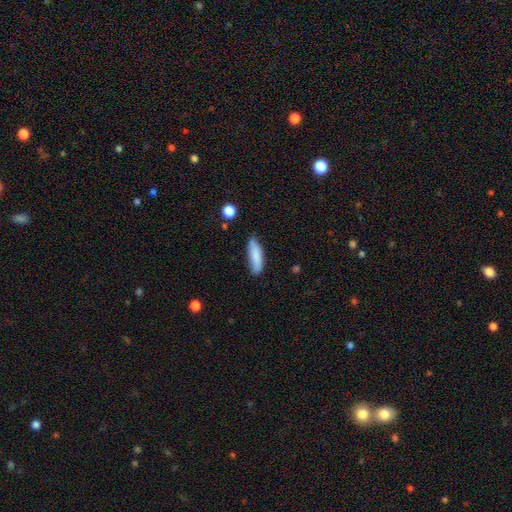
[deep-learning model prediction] The model was most divided on "how rounded": cigar-shaped: 56%, in between: 42%, round: 2%. More confident: smooth or featured — smooth (82%); merging — none (72%).